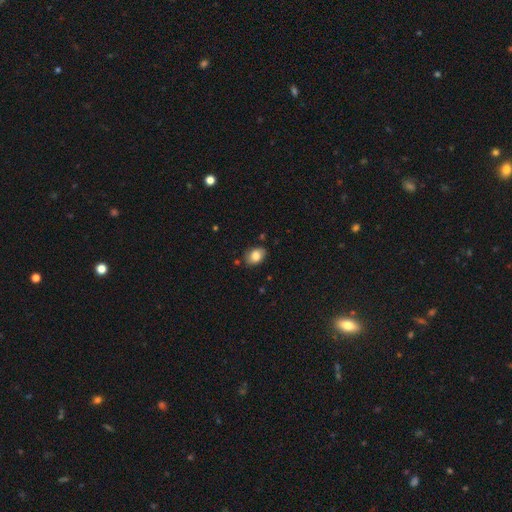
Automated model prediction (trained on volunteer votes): A smooth galaxy with no disk features (83%) that is in between round and cigar-shaped (80%). Merging: none (77%).